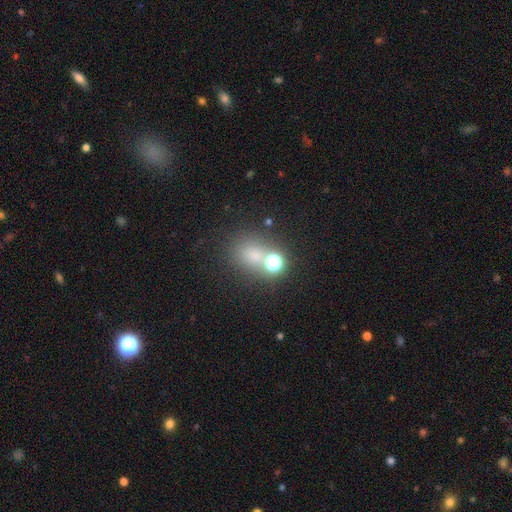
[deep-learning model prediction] Smooth or featured? Predicted: smooth (p=0.64). How rounded? Predicted: round (p=0.65). Merging? Predicted: none (p=0.61).